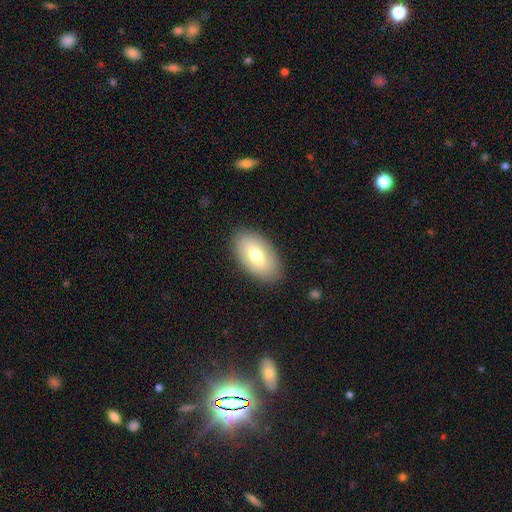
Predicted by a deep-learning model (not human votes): smooth_or_featured: smooth (p=0.66) [alt: featured or disk p=0.27]
how_rounded: in between (p=0.94) [alt: round p=0.04]
merging: none (p=0.87) [alt: minor disturbance p=0.10]